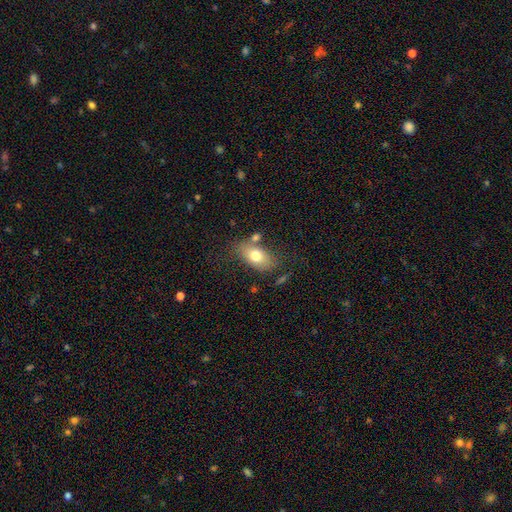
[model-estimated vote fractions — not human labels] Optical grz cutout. It shows a smooth galaxy with no disk features (72%) that is in between round and cigar-shaped (87%). Merging: none (65%).